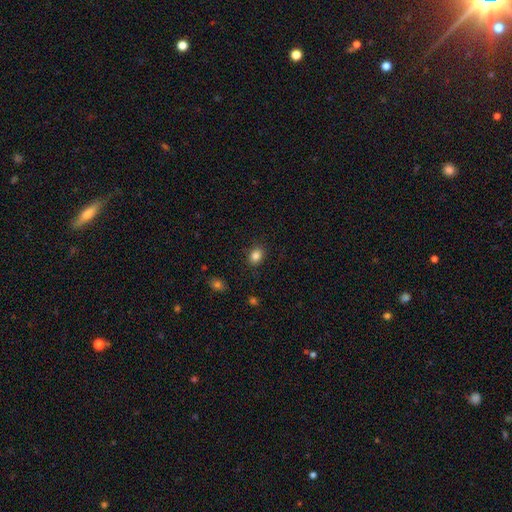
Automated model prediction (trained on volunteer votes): smooth-or-featured: smooth: 85% | star or artifact: 10% | featured or disk: 5%
  how-rounded: in between: 65% | round: 34% | cigar-shaped: 1%
  merging: none: 87% | minor disturbance: 9% | major disturbance: 3% | merger: 1%